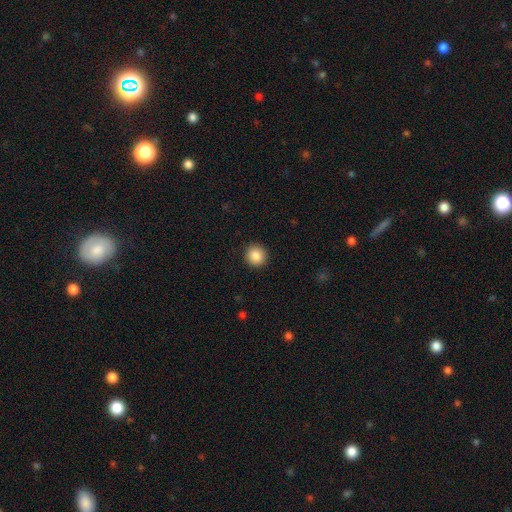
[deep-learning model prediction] smooth-or-featured: smooth: 88% | star or artifact: 9% | featured or disk: 4%
  how-rounded: round: 92% | in between: 7% | cigar-shaped: 1%
  merging: none: 92% | minor disturbance: 5% | major disturbance: 2% | merger: 1%